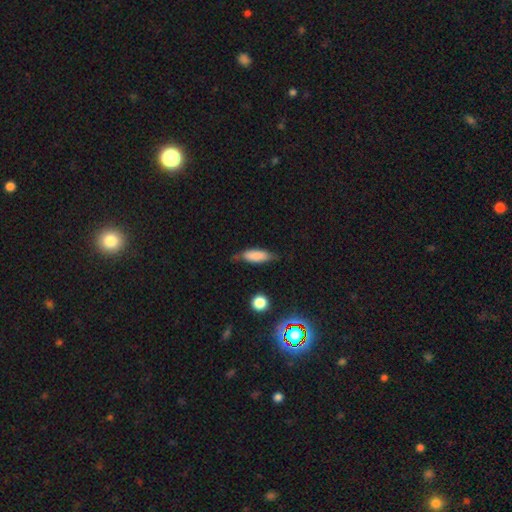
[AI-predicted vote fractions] smooth 76%, featured or disk 15%, star or artifact 8%. Down the decision tree: how rounded — in between (63%); merging — none (63%).